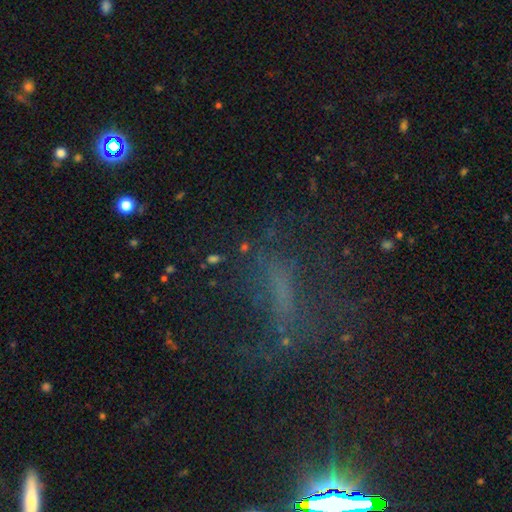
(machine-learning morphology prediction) Smooth or featured? Predicted: star or artifact (p=0.38).